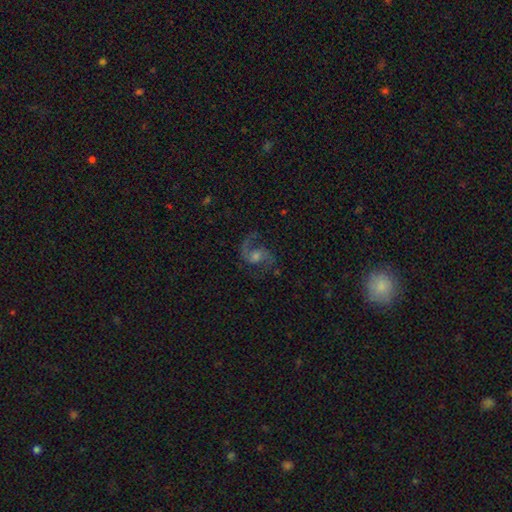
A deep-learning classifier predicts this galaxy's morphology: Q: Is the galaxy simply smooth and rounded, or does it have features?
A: featured or disk — 85%.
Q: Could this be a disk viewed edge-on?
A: no — 98%.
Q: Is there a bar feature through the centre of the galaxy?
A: no — 57%.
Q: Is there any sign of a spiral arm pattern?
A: yes — 97%.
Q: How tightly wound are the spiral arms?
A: medium — 51%.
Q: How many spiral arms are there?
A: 2 — 90%.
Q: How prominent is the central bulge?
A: moderate — 50%.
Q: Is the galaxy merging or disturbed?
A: none — 74%.